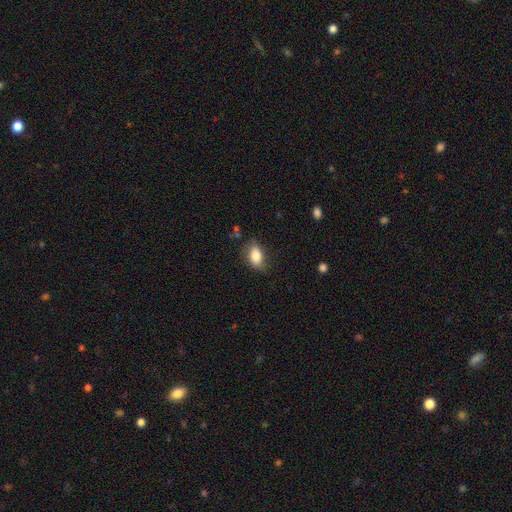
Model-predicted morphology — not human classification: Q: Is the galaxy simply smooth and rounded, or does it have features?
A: smooth — 81%.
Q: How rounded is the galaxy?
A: in between — 89%.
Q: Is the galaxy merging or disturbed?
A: none — 71%.